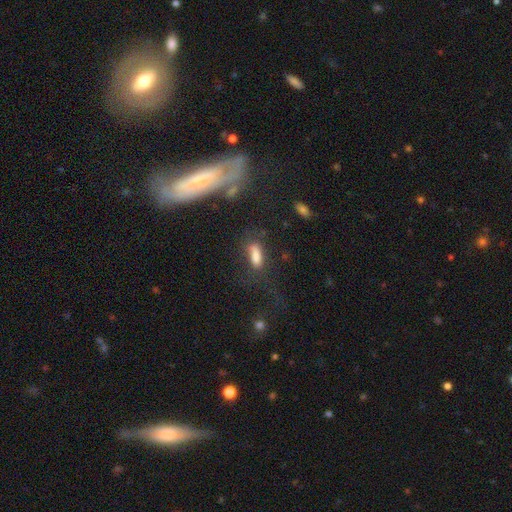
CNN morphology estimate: Overall: smooth (72%). How rounded: in between (61%; cigar-shaped 34%). Merging: none (54%; minor disturbance 21%).